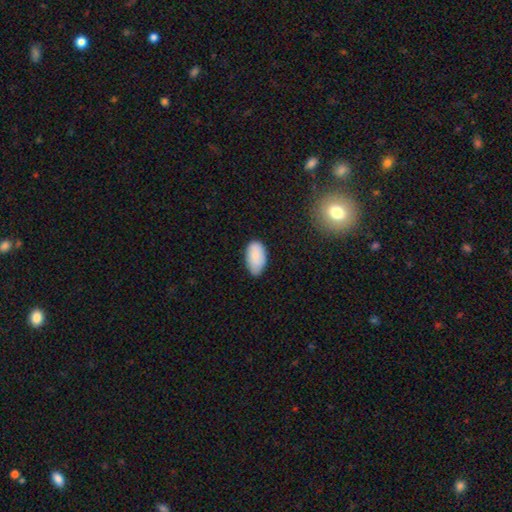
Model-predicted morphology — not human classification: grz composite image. It shows a smooth galaxy with no disk features (88%) that is in between round and cigar-shaped (95%). Merging: none (68%).